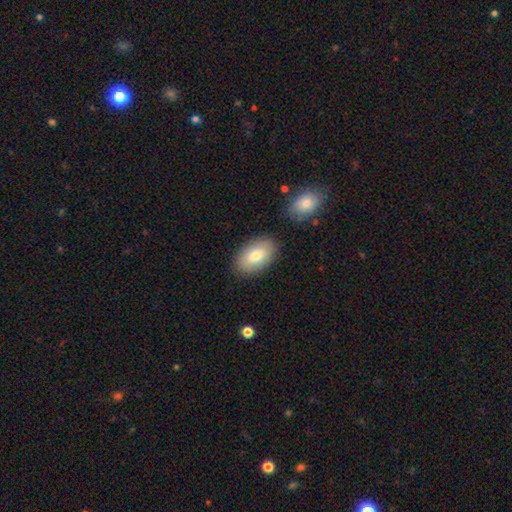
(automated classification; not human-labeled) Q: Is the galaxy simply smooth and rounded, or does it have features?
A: smooth — 78%.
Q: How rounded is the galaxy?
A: in between — 93%.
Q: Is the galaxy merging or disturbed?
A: none — 85%.